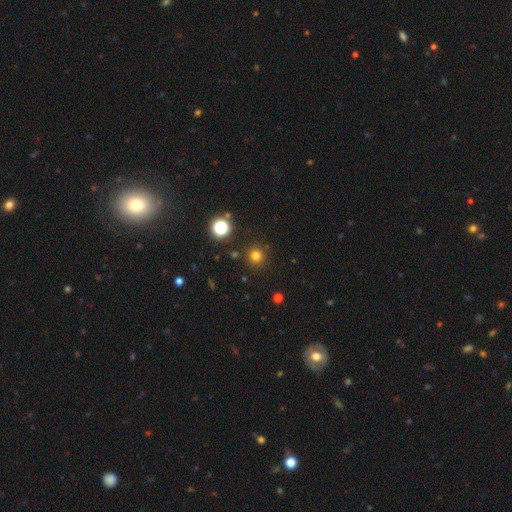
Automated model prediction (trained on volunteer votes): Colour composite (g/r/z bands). It shows a smooth galaxy with no disk features (75%) that is round (95%). Merging: none (89%).